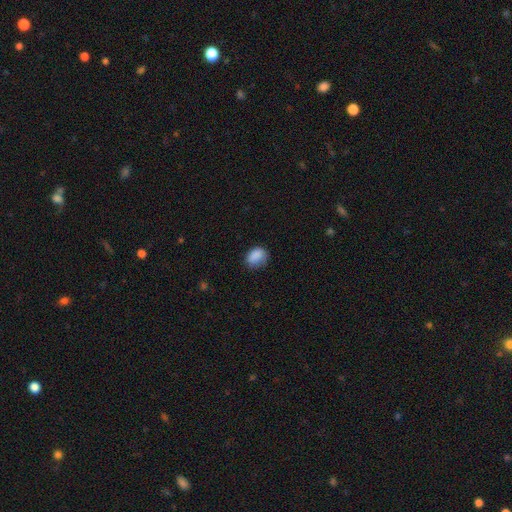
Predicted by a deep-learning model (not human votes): smooth-or-featured: smooth: 86% | star or artifact: 8% | featured or disk: 5%
  how-rounded: in between: 62% | round: 37% | cigar-shaped: 1%
  merging: none: 66% | minor disturbance: 26% | major disturbance: 7% | merger: 1%